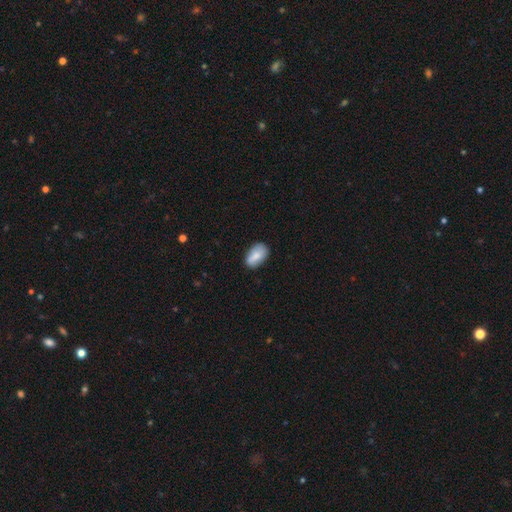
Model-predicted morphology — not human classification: smooth-or-featured: smooth: 78% | featured or disk: 15% | star or artifact: 7%
  how-rounded: in between: 91% | round: 7% | cigar-shaped: 2%
  merging: none: 72% | minor disturbance: 22% | major disturbance: 4% | merger: 2%